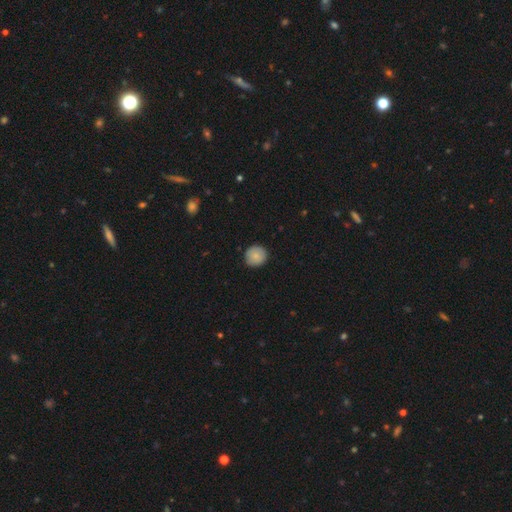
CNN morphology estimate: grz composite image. It shows a smooth galaxy with no disk features (84%) that is round (92%). Merging: none (88%).